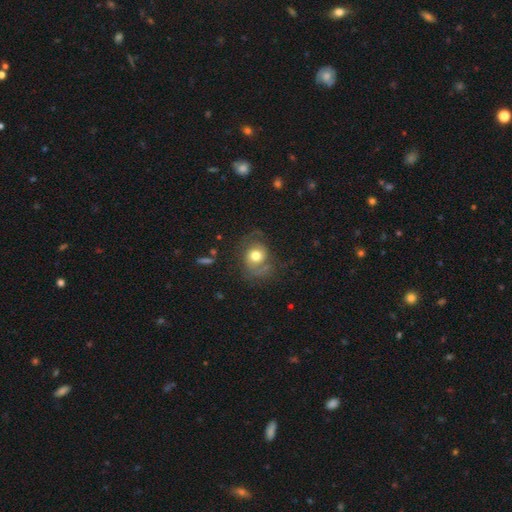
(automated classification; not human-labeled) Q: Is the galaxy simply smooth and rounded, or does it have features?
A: smooth — 51%.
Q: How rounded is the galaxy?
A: round — 68%.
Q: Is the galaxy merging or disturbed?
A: none — 53%.